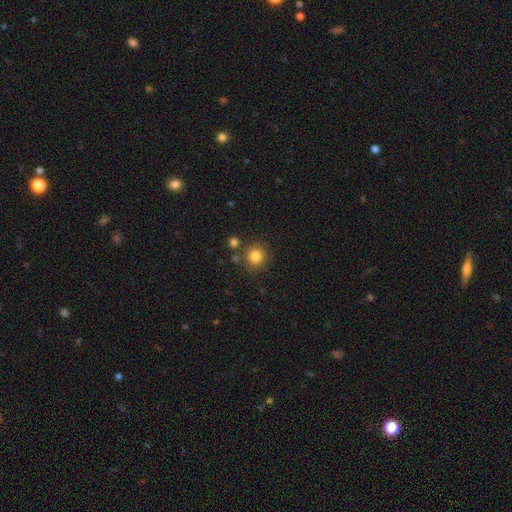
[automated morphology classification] Smooth or featured? Predicted: smooth (p=0.82). How rounded? Predicted: round (p=0.93). Merging? Predicted: none (p=0.81).